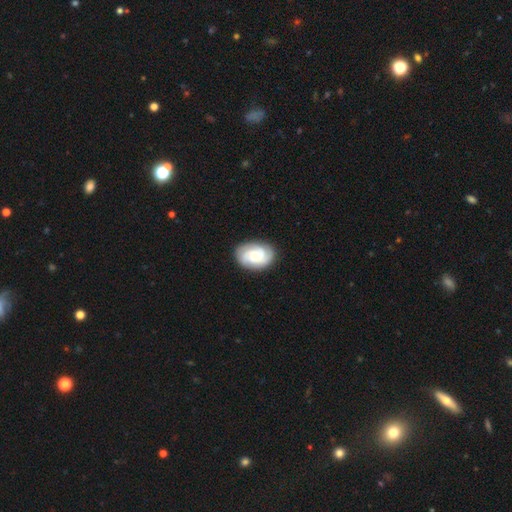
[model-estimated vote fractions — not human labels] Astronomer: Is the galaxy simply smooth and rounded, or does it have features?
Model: featured or disk — 64%.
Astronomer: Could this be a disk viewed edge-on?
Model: no — 98%.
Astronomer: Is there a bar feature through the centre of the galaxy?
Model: no — 68%.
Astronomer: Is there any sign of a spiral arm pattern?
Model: yes — 95%.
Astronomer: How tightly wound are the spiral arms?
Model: tight — 62%.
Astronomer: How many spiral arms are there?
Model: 3 — 37% (runner-up: can't tell, 23%).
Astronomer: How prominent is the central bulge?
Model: small — 41% (runner-up: moderate, 29%).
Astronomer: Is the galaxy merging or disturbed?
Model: none — 83%.